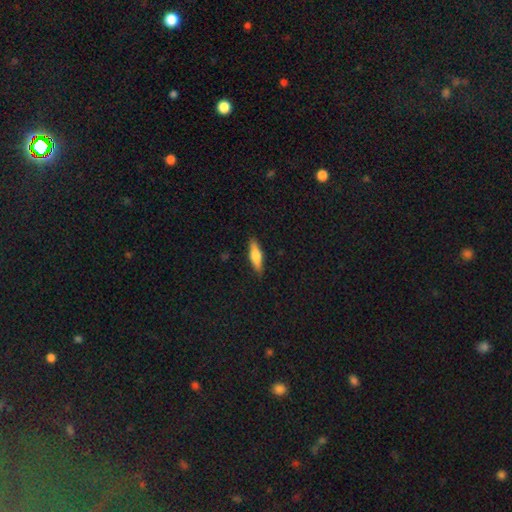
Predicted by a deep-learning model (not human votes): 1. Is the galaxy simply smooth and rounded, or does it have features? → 62% smooth, 31% featured or disk, 6% star or artifact.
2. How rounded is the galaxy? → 61% cigar-shaped, 36% in between, 2% round.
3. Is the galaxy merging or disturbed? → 89% none, 8% minor disturbance, 2% major disturbance, 1% merger.